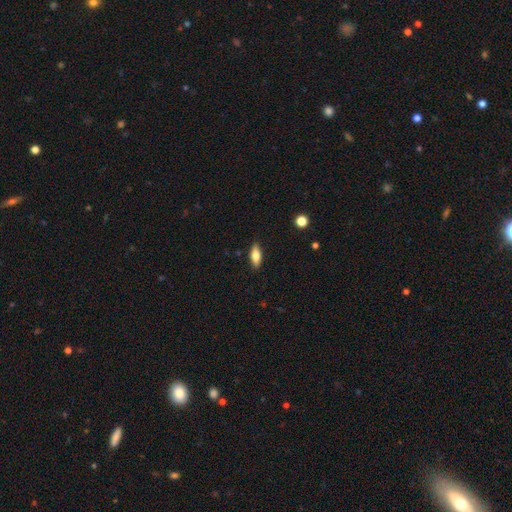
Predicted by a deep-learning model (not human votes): smooth_or_featured: smooth (p=0.76) [alt: featured or disk p=0.17]
how_rounded: in between (p=0.75) [alt: cigar-shaped p=0.22]
merging: none (p=0.87) [alt: minor disturbance p=0.10]